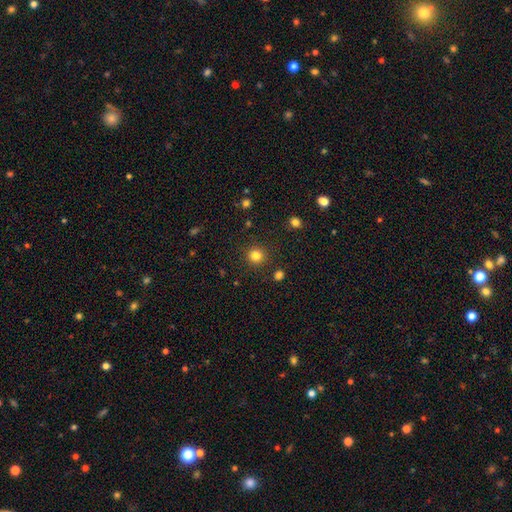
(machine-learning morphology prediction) Smooth or featured? smooth (82%)
How rounded? round (93%)
Merging? none (89%)